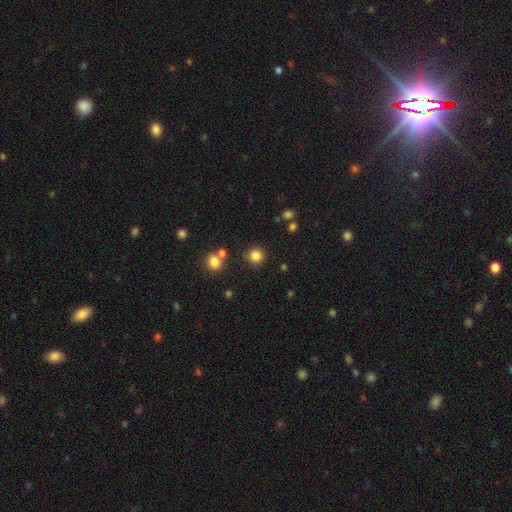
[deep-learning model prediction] smooth-or-featured: smooth: 84% | star or artifact: 12% | featured or disk: 4%
  how-rounded: round: 93% | in between: 6% | cigar-shaped: 1%
  merging: none: 84% | minor disturbance: 8% | merger: 5% | major disturbance: 3%